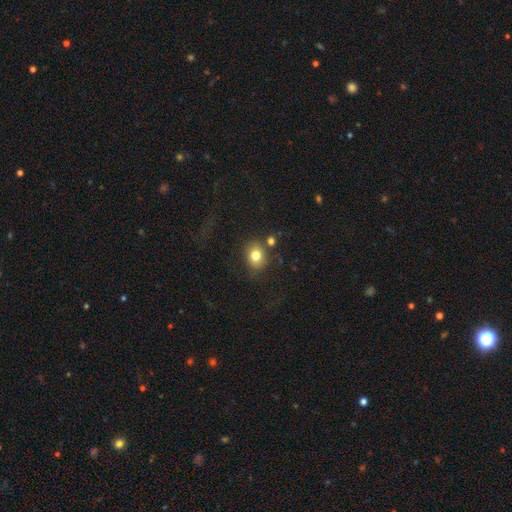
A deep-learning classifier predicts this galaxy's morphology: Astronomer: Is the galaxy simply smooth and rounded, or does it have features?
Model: smooth — 79%.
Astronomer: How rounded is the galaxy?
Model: round — 65%.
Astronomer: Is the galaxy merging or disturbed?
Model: none — 73%.